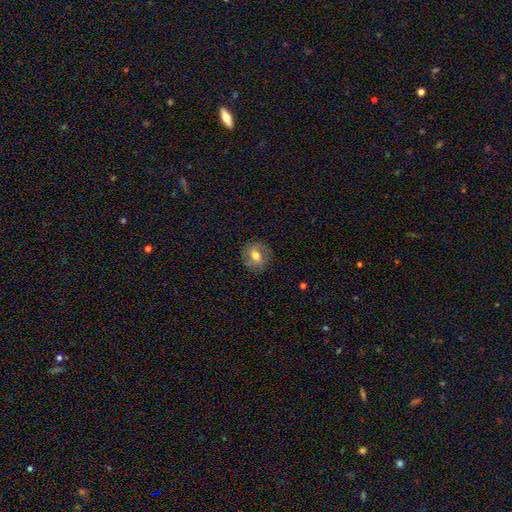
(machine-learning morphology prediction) The model was most divided on "smooth or featured": smooth: 47%, featured or disk: 44%, star or artifact: 10%. More confident: merging — none (81%).